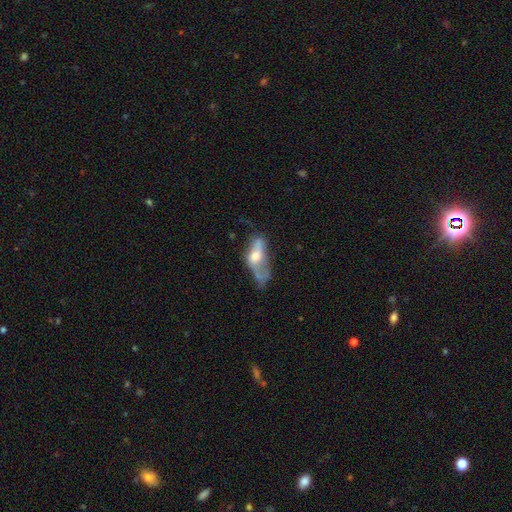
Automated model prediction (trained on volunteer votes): A featured or disk galaxy (57%).

Vote fractions:
- Smooth or featured? featured or disk: 57% / smooth: 35% / star or artifact: 8%
- Edge-on disk? no: 81% / yes: 19%
- Merging? major disturbance: 37% / none: 27% / minor disturbance: 27% / merger: 9%